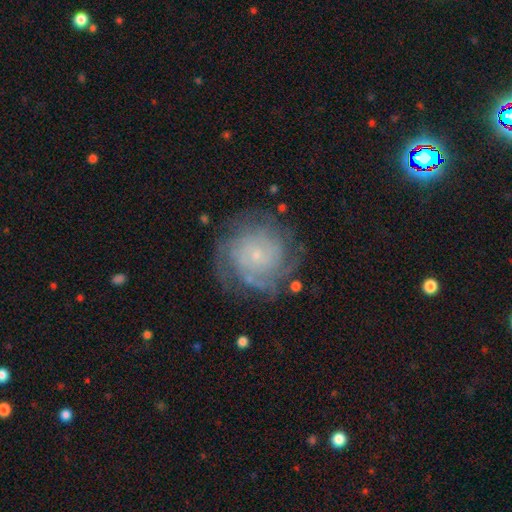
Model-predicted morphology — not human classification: type=featured or disk (75%); edge-on=no (98%); bar=no (82%); spiral arms=yes (90%); winding=tight (73%); arm count=can't tell (43%); bulge=small (82%); merging=none (71%).